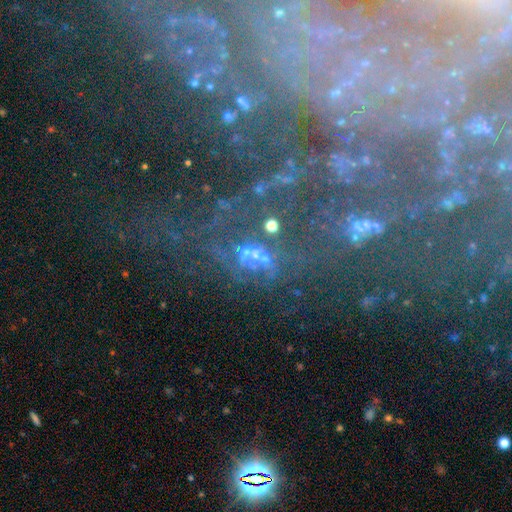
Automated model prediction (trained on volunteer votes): A star or artifact, not a galaxy (48%).

Vote fractions:
- Smooth or featured? star or artifact: 48% / featured or disk: 32% / smooth: 20%